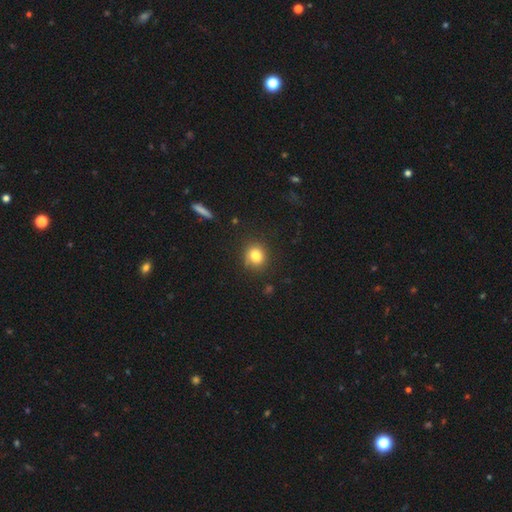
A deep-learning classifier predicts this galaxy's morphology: This is clearly a smooth galaxy (81%). How rounded: clearly round (84%). Merging: clearly none (82%).